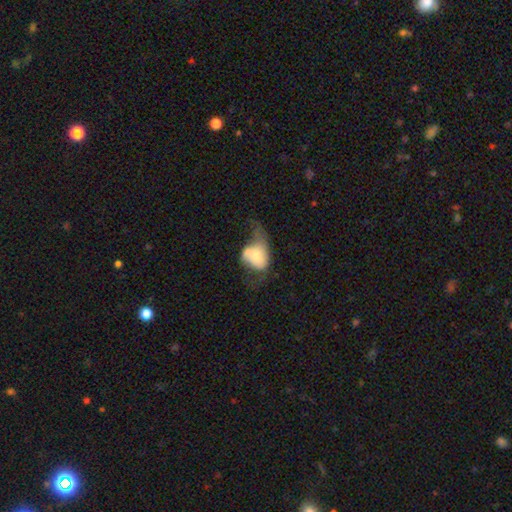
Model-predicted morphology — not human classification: smooth-or-featured: smooth: 55% | featured or disk: 38% | star or artifact: 7%
  how-rounded: in between: 70% | round: 29% | cigar-shaped: 1%
  merging: major disturbance: 42% | minor disturbance: 22% | merger: 18% | none: 18%